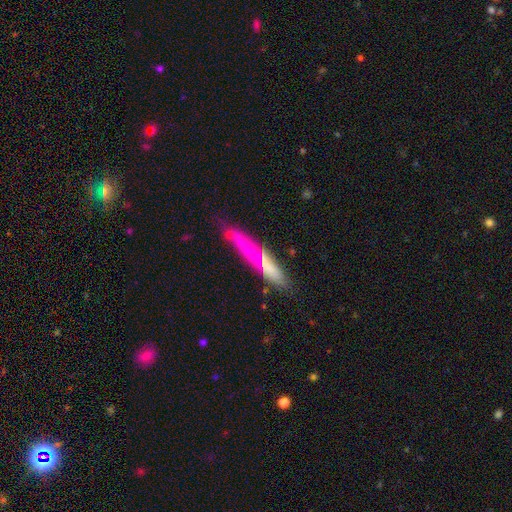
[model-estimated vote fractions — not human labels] Smooth or featured: smooth — 52% (featured or disk — 40%)
How rounded: cigar-shaped — 92% (in between — 6%)
Merging: none — 61% (minor disturbance — 22%)